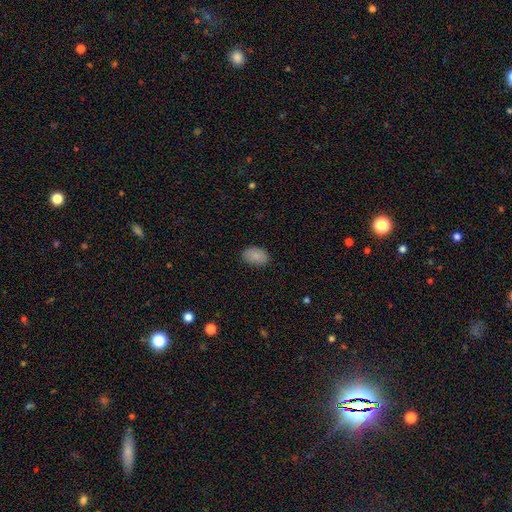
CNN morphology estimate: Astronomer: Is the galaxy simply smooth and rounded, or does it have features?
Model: smooth — 88%.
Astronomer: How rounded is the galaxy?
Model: in between — 89%.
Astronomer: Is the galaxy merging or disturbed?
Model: none — 85%.